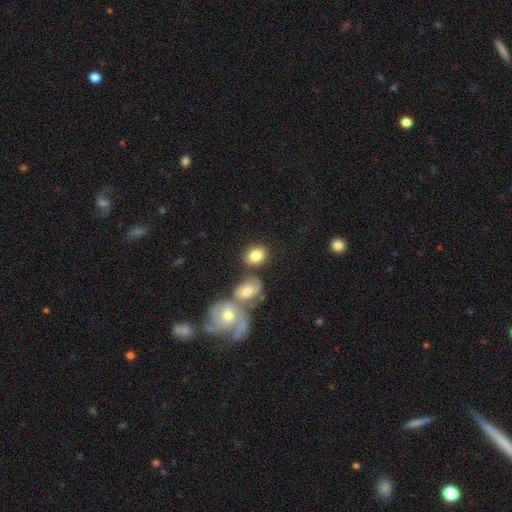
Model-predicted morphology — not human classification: Smooth or featured? Predicted: smooth (p=0.81). How rounded? Predicted: round (p=0.51). Merging? Predicted: none (p=0.63).